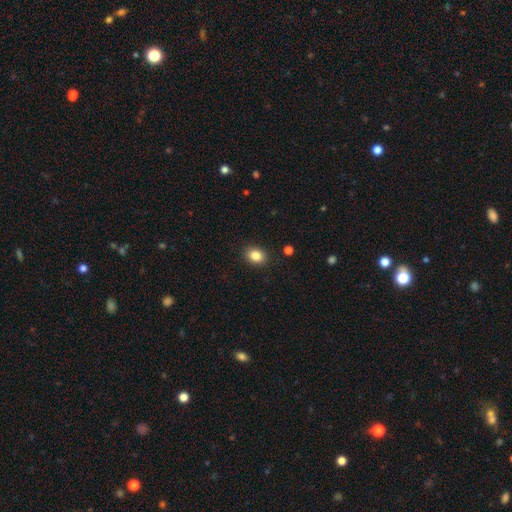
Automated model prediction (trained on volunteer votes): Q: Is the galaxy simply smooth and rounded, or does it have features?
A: smooth — 85%.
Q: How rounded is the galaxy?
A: in between — 61%.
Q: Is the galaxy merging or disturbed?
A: none — 89%.